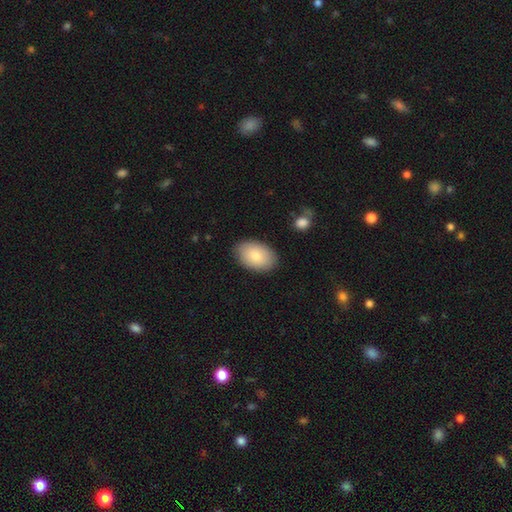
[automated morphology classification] Smooth or featured?
  - smooth: 83% *
  - featured or disk: 11%
  - star or artifact: 6%
How rounded?
  - in between: 90% *
  - round: 9%
  - cigar-shaped: 1%
Merging?
  - none: 86% *
  - minor disturbance: 10%
  - major disturbance: 2%
  - merger: 1%